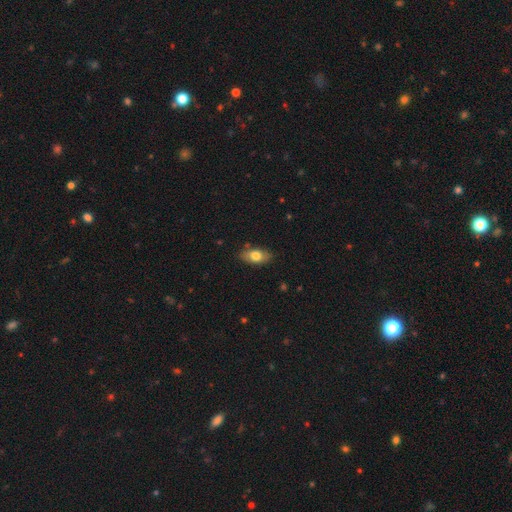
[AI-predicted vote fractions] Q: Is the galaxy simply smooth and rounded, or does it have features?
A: smooth — 75%.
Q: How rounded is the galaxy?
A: in between — 88%.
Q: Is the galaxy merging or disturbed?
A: none — 83%.